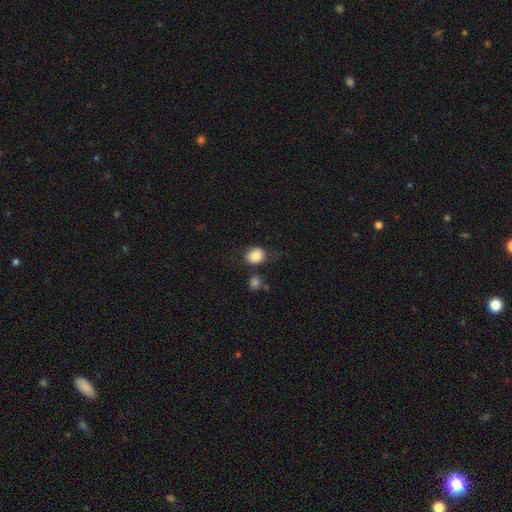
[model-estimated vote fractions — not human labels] Smooth or featured? smooth (83%)
How rounded? round (65%)
Merging? none (69%)